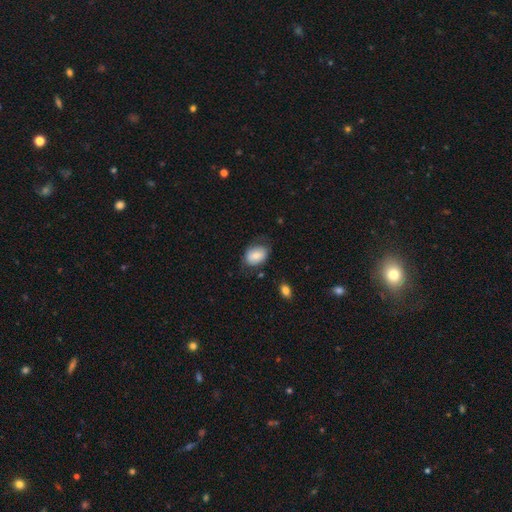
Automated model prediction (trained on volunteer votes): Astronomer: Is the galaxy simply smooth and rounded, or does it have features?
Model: smooth — 75%.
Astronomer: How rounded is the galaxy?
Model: in between — 75%.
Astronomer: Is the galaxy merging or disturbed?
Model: none — 60%.